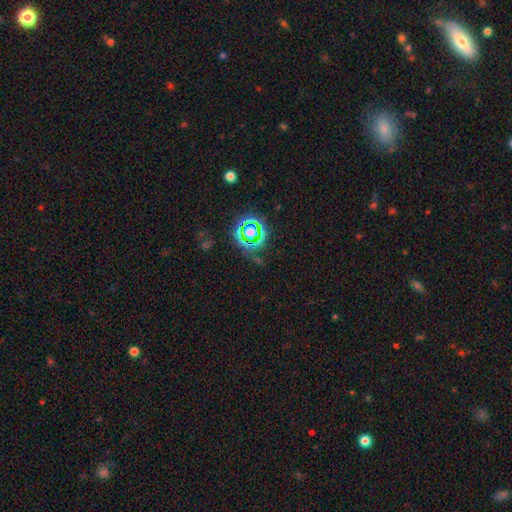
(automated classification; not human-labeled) This is likely a star or artifact rather than a galaxy (73%).